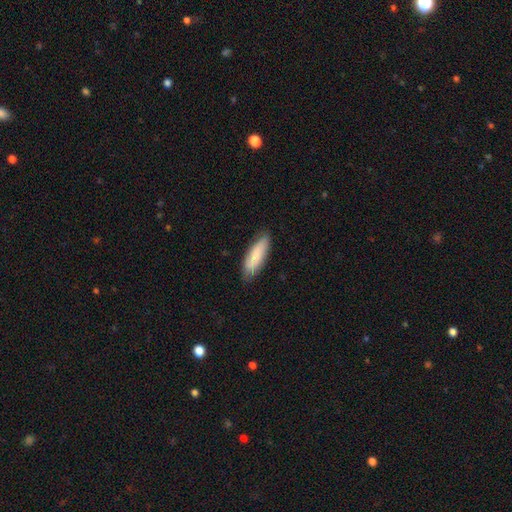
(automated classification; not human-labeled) smooth 77%, featured or disk 18%, star or artifact 6%. Down the decision tree: how rounded — in between (55%); merging — none (81%).